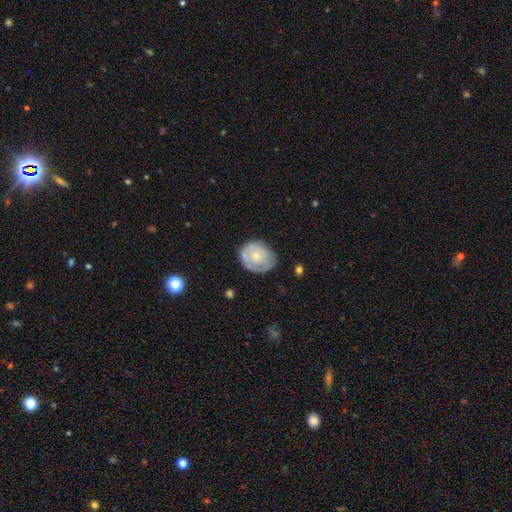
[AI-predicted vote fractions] Smooth or featured? Predicted: smooth (p=0.52). How rounded? Predicted: round (p=0.61). Merging? Predicted: none (p=0.65).